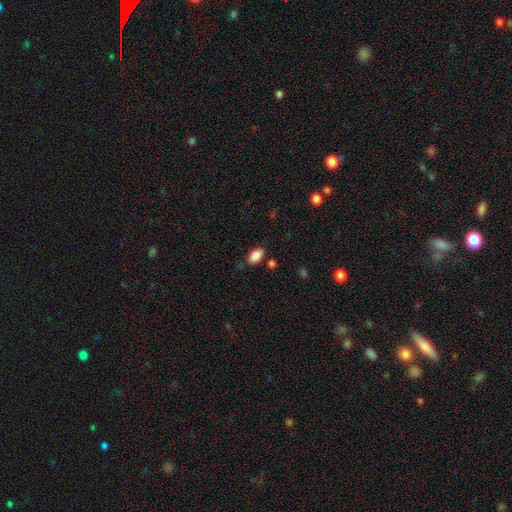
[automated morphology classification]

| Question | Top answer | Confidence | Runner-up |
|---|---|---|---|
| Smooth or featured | smooth | 88% | star or artifact (8%) |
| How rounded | in between | 92% | round (6%) |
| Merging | none | 80% | minor disturbance (13%) |